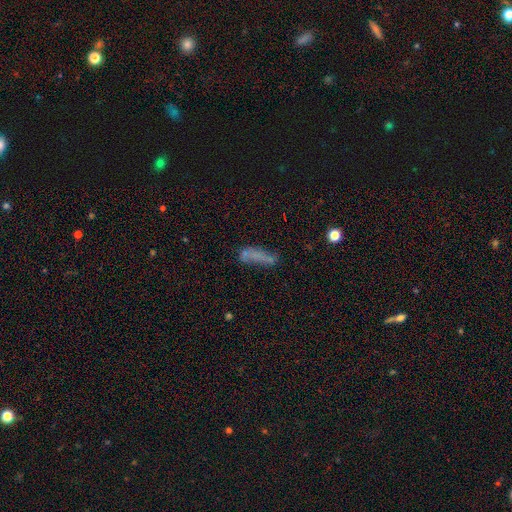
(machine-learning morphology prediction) Smooth or featured? smooth (60%)
How rounded? cigar-shaped (70%)
Merging? none (49%)